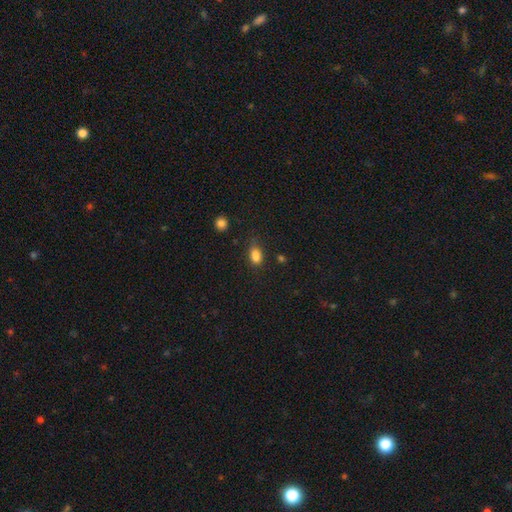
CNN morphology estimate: The model was most divided on "merging": none: 60%, minor disturbance: 27%, major disturbance: 8%, merger: 5%. More confident: smooth or featured — smooth (83%); how rounded — in between (80%).